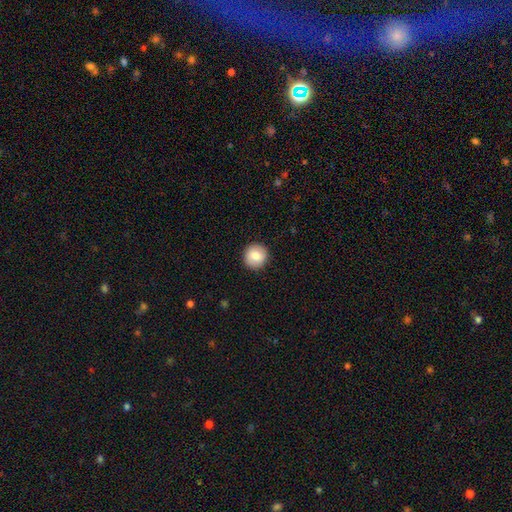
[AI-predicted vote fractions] Overall: smooth (84%). How rounded: round (93%). Merging: none (92%).